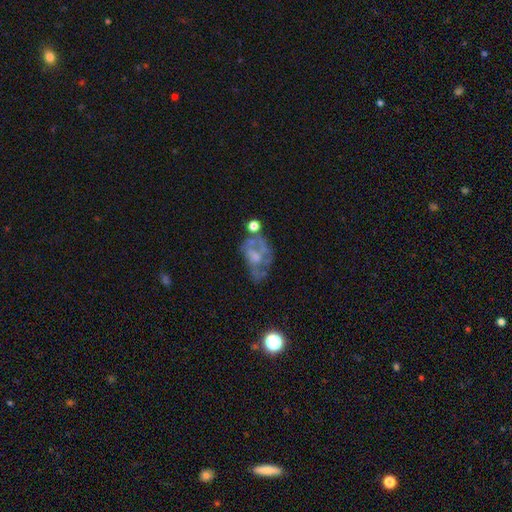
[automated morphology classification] This is likely a featured or disk galaxy (65%). It is clearly not viewed edge-on (96%). Bar: likely no (71%). Spiral arm pattern: possibly no (52%). Central bulge: marginally moderate (33%). Merging: marginally none (37%).